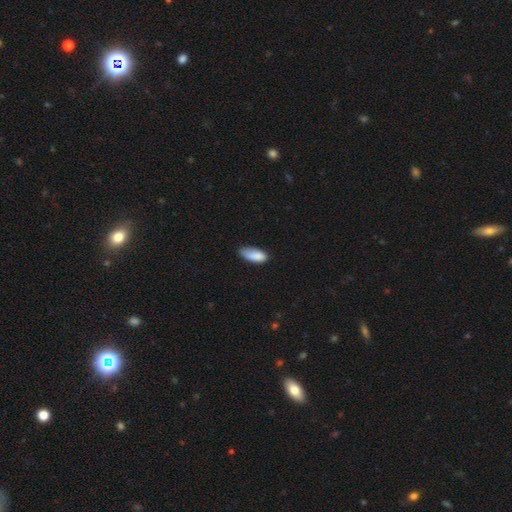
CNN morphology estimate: Overall: smooth (86%). How rounded: in between (81%). Merging: none (58%; minor disturbance 34%).